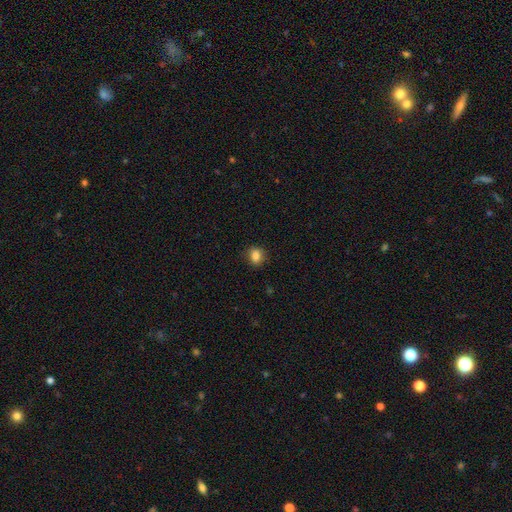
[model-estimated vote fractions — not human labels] Smooth or featured?
  - smooth: 85% *
  - star or artifact: 11%
  - featured or disk: 4%
How rounded?
  - round: 54% *
  - in between: 45%
  - cigar-shaped: 1%
Merging?
  - none: 84% *
  - minor disturbance: 12%
  - major disturbance: 3%
  - merger: 1%